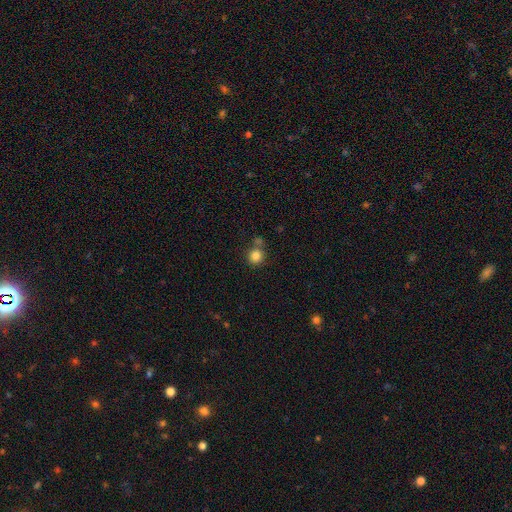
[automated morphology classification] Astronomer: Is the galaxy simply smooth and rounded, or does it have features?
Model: smooth — 84%.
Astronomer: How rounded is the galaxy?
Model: round — 90%.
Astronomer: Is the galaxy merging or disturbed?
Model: none — 69%.